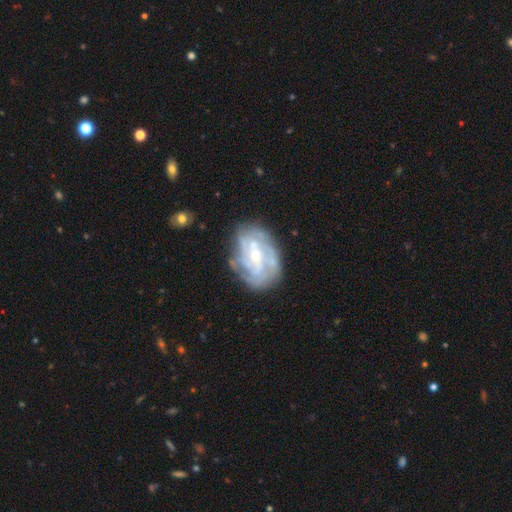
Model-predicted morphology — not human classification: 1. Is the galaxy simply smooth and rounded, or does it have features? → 78% featured or disk, 15% smooth, 7% star or artifact.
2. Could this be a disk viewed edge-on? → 97% no, 3% yes.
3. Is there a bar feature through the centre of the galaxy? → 44% no, 43% weak, 13% strong.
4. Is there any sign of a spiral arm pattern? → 81% yes, 19% no.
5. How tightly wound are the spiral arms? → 55% tight, 32% medium, 13% loose.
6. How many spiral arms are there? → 45% can't tell, 15% 3, 15% 4, 14% 2, 6% more than 4, 5% 1.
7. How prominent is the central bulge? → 60% small, 33% moderate, 4% none, 2% large, 1% dominant.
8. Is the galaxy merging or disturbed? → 68% none, 20% minor disturbance, 9% major disturbance, 3% merger.